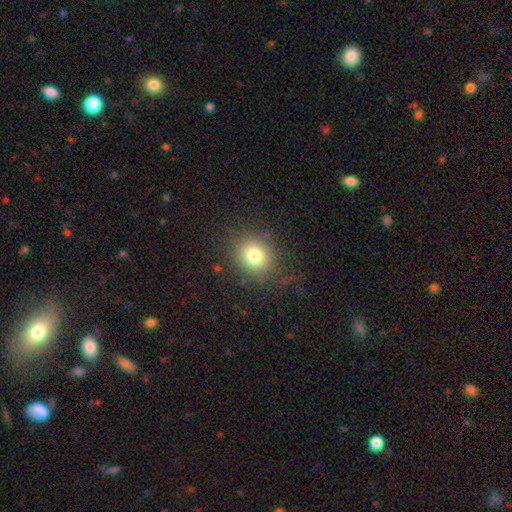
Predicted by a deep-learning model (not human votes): Smooth or featured? smooth (73%)
How rounded? round (83%)
Merging? none (87%)